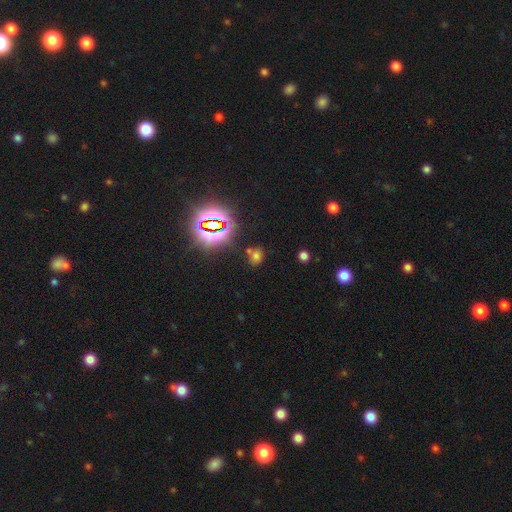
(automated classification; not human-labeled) smooth-or-featured: smooth: 52% | star or artifact: 40% | featured or disk: 8%
  how-rounded: round: 56% | in between: 42% | cigar-shaped: 2%
  merging: none: 66% | merger: 16% | minor disturbance: 13% | major disturbance: 5%